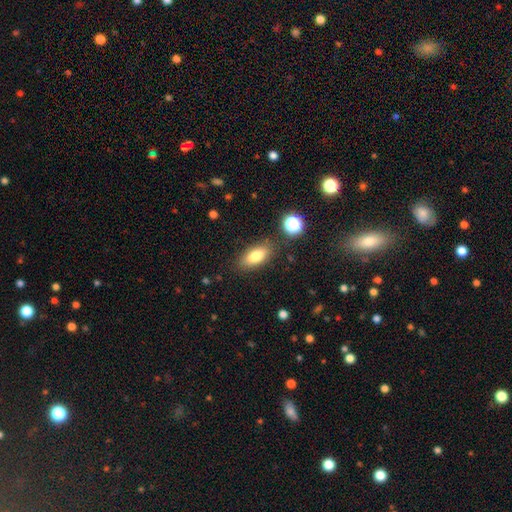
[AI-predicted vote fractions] Smooth or featured: smooth — 79% (featured or disk — 12%)
How rounded: in between — 81% (cigar-shaped — 15%)
Merging: none — 82% (minor disturbance — 11%)